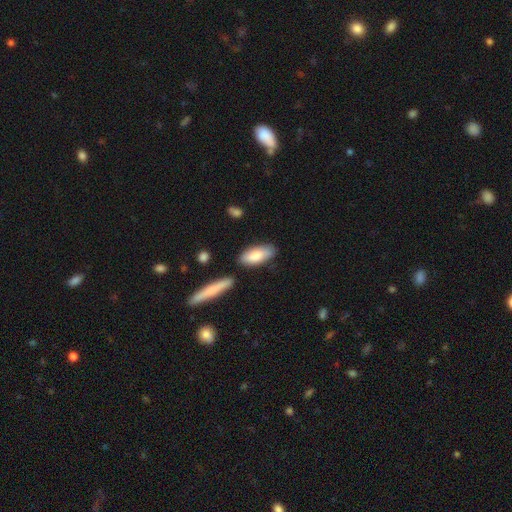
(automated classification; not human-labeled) smooth_or_featured: smooth (p=0.80) [alt: featured or disk p=0.15]
how_rounded: in between (p=0.81) [alt: cigar-shaped p=0.17]
merging: none (p=0.75) [alt: minor disturbance p=0.15]